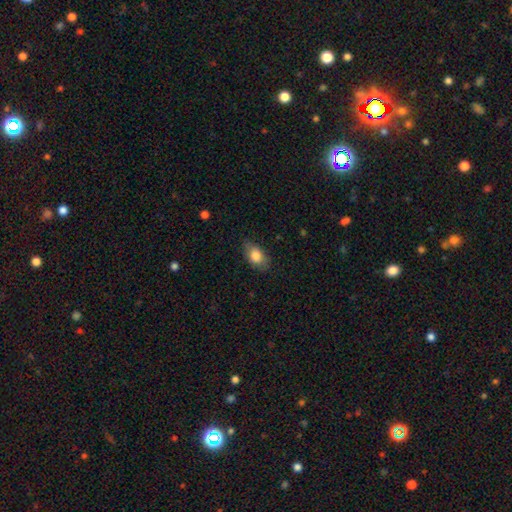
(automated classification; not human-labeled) smooth 81%, featured or disk 12%, star or artifact 7%. Down the decision tree: how rounded — in between (87%); merging — none (77%).